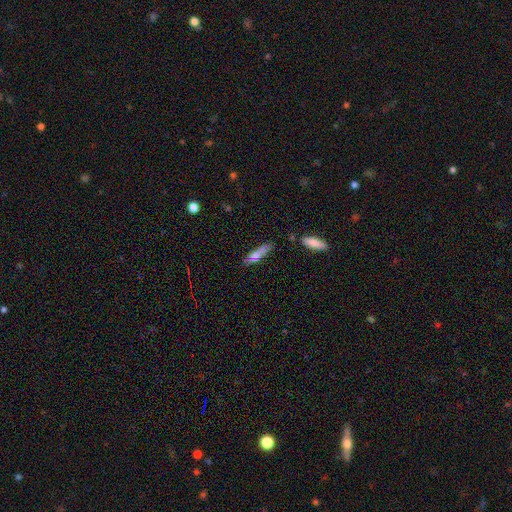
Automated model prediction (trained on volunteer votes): Morphology: type=smooth (65%); roundness=cigar-shaped (76%); merging=none (62%).